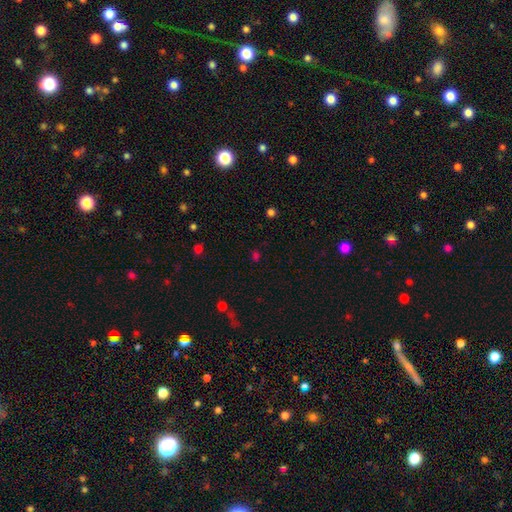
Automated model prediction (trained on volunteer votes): The model was most divided on "smooth or featured": star or artifact: 49%, smooth: 45%, featured or disk: 7%.